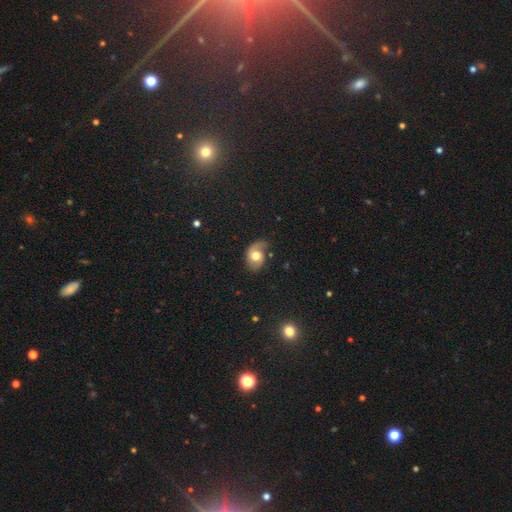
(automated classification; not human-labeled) smooth-or-featured: featured or disk: 47% | smooth: 44% | star or artifact: 9%
  merging: none: 56% | minor disturbance: 28% | major disturbance: 14% | merger: 2%